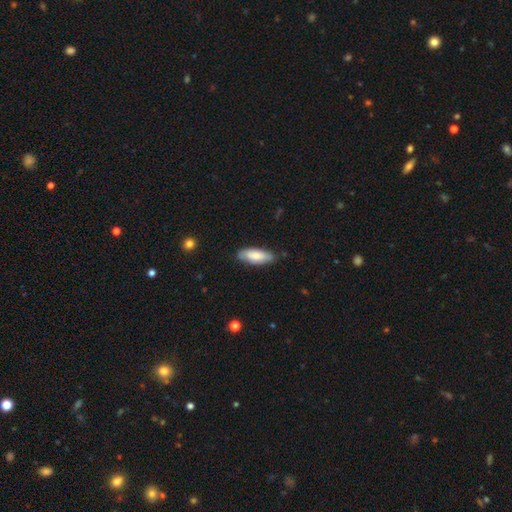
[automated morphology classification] This is likely a smooth galaxy (77%). How rounded: likely in between (73%). Merging: likely none (79%).